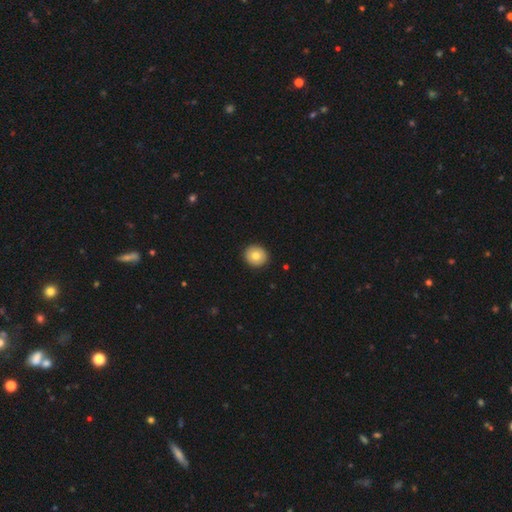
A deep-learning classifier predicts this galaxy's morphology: Smooth or featured? smooth (78%)
How rounded? round (87%)
Merging? none (92%)